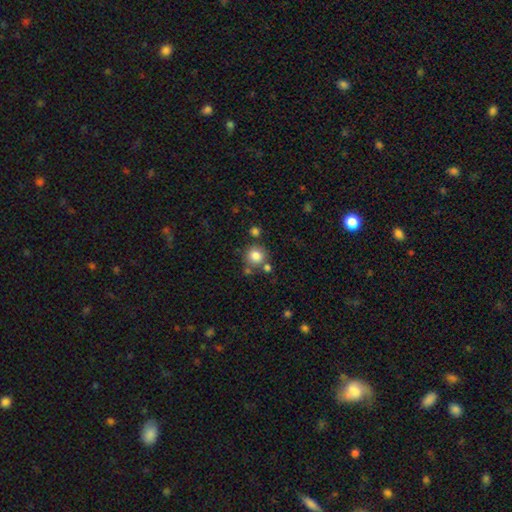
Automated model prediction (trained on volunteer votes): This is clearly a smooth galaxy (82%). How rounded: clearly round (91%). Merging: likely none (73%).